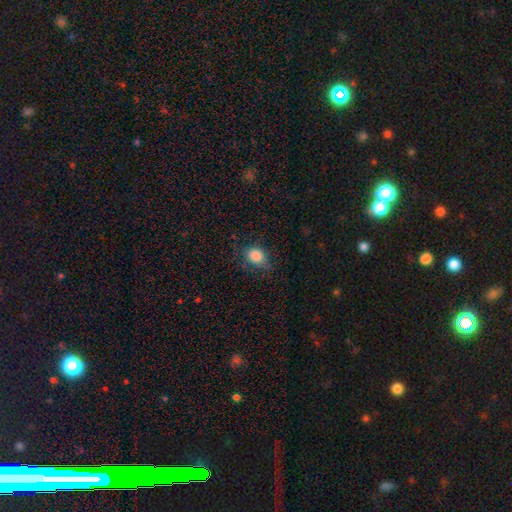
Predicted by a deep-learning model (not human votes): Morphology: type=smooth (85%); roundness=round (50%); merging=none (71%).